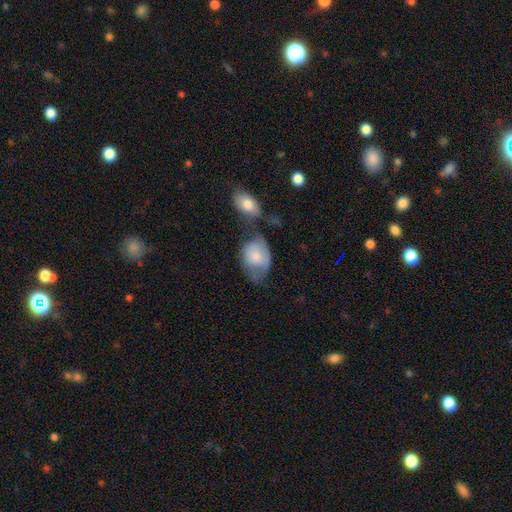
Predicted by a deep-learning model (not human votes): A smooth galaxy with no disk features (69%) that is in between round and cigar-shaped (79%).

Vote fractions:
- Smooth or featured? smooth: 69% / featured or disk: 24% / star or artifact: 6%
- How rounded? in between: 79% / round: 20% / cigar-shaped: 1%
- Merging? none: 27% (tied) / minor disturbance: 27% (tied) / merger: 25% / major disturbance: 21%